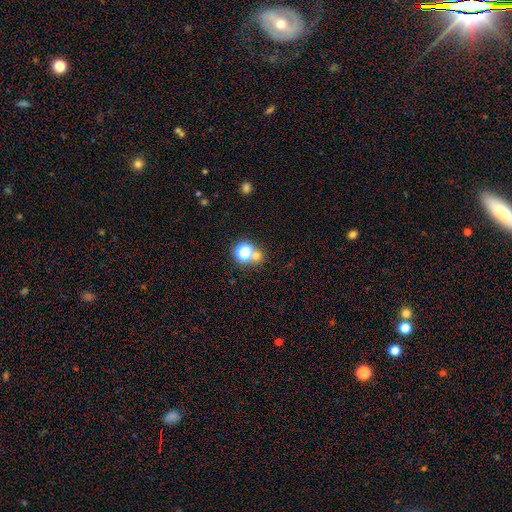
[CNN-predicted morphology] This is possibly a smooth galaxy (55%). How rounded: clearly round (85%). Merging: likely none (61%).